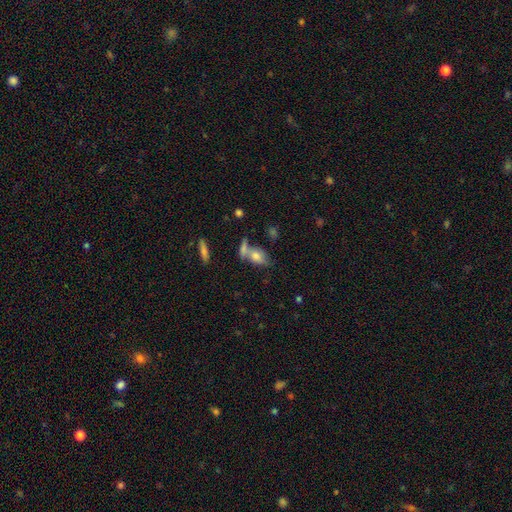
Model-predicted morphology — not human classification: The model was most divided on "merging": none: 42%, merger: 36%, minor disturbance: 15%, major disturbance: 7%. More confident: how rounded — in between (79%); smooth or featured — smooth (68%).